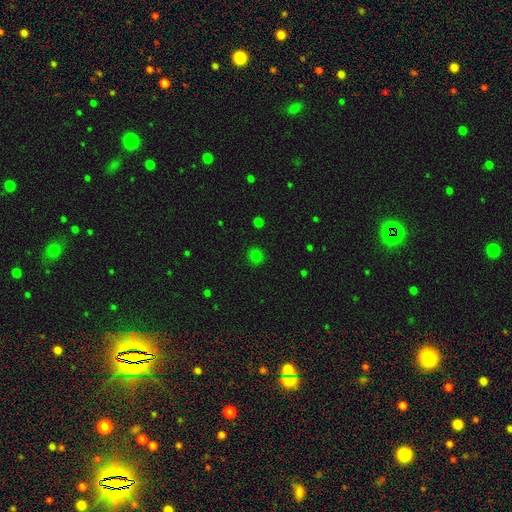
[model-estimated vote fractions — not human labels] Smooth or featured? smooth (77%)
How rounded? round (90%)
Merging? none (90%)